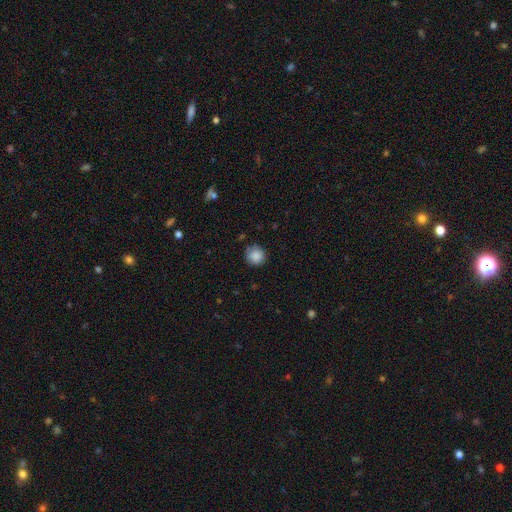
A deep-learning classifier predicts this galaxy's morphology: A smooth galaxy with no disk features (87%) that is round (93%).

Vote fractions:
- Smooth or featured? smooth: 87% / star or artifact: 9% / featured or disk: 4%
- How rounded? round: 93% / in between: 6% / cigar-shaped: 1%
- Merging? none: 82% / minor disturbance: 14% / major disturbance: 3% / merger: 2%